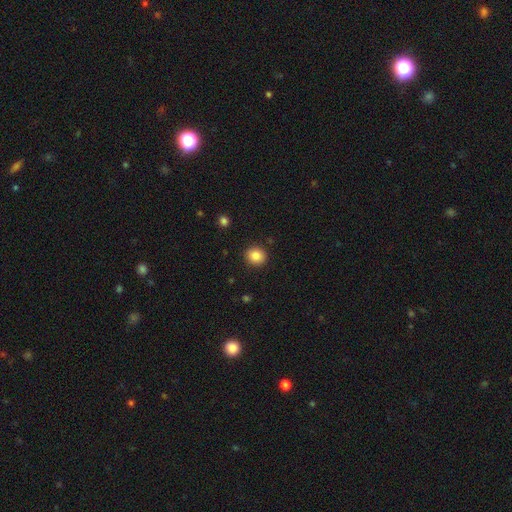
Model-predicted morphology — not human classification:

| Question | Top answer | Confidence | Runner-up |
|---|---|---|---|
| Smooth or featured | smooth | 86% | star or artifact (10%) |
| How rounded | round | 85% | in between (14%) |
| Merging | none | 91% | minor disturbance (6%) |